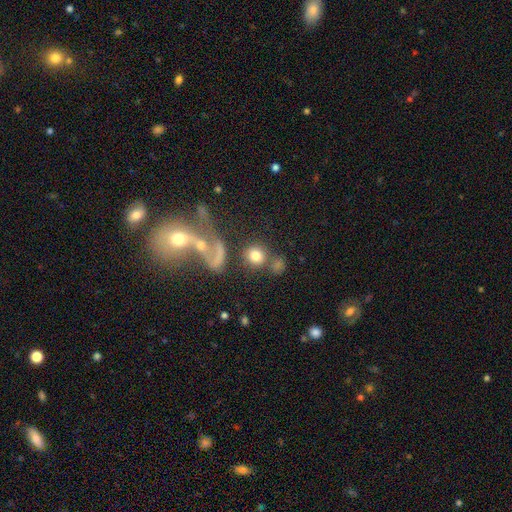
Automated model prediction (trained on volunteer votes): A smooth galaxy with no disk features (75%) that is round (84%).

Vote fractions:
- Smooth or featured? smooth: 75% / featured or disk: 14% / star or artifact: 11%
- How rounded? round: 84% / in between: 14% / cigar-shaped: 2%
- Merging? none: 55% / merger: 25% / minor disturbance: 11% / major disturbance: 10%